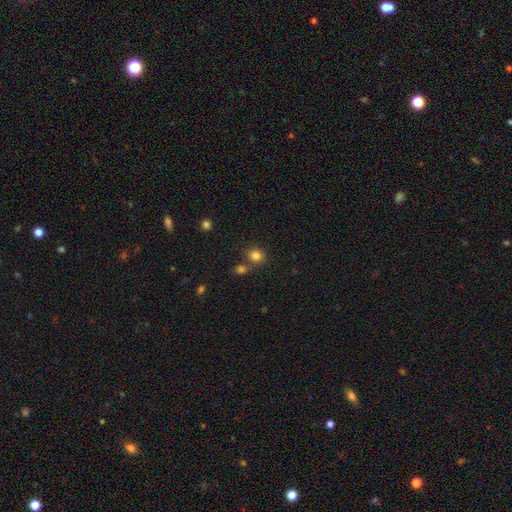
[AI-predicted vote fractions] smooth_or_featured: smooth (p=0.81) [alt: star or artifact p=0.13]
how_rounded: round (p=0.77) [alt: in between p=0.22]
merging: none (p=0.66) [alt: merger p=0.21]